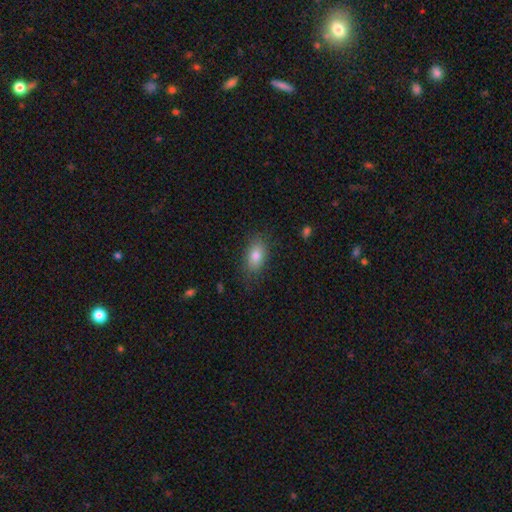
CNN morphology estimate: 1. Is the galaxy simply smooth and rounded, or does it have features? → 80% smooth, 11% featured or disk, 9% star or artifact.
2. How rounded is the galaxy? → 87% in between, 10% round, 4% cigar-shaped.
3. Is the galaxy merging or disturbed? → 81% none, 14% minor disturbance, 4% major disturbance, 1% merger.